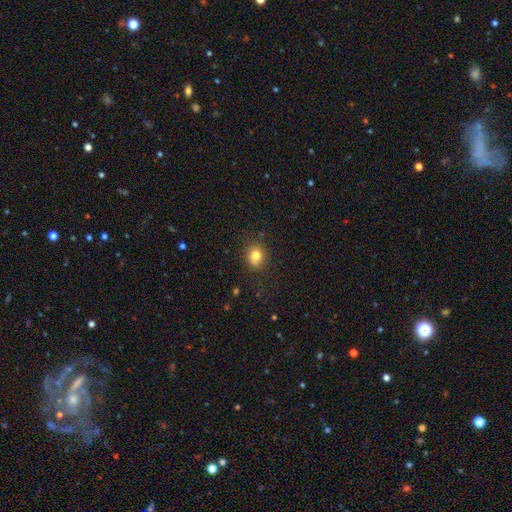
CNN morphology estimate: A smooth galaxy with no disk features (79%) that is round (64%).

Vote fractions:
- Smooth or featured? smooth: 79% / star or artifact: 12% / featured or disk: 9%
- How rounded? round: 64% / in between: 35% / cigar-shaped: 1%
- Merging? none: 79% / minor disturbance: 15% / major disturbance: 4% / merger: 2%